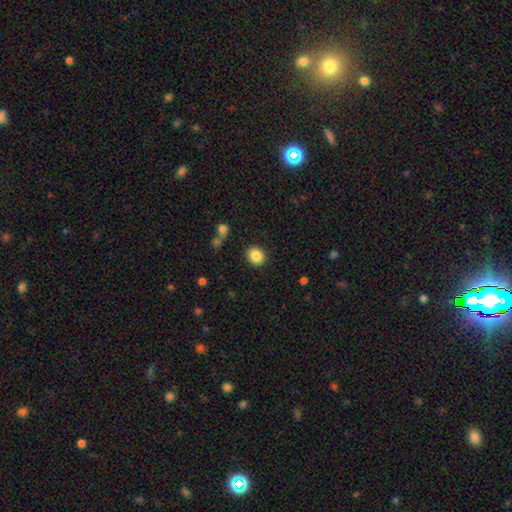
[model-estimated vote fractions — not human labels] Smooth or featured? Predicted: smooth (p=0.86). How rounded? Predicted: round (p=0.72). Merging? Predicted: none (p=0.88).